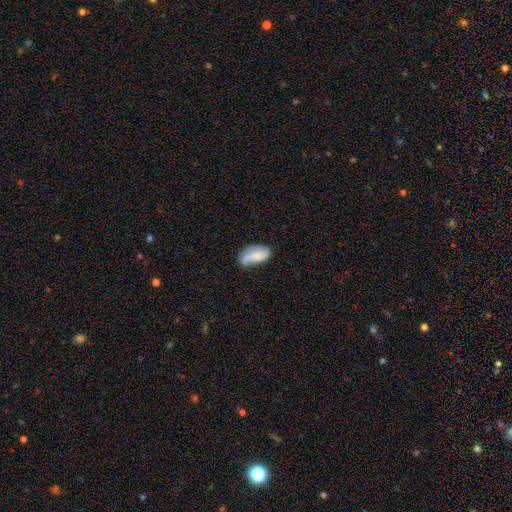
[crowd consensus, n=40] This is likely a smooth galaxy (70%). How rounded: clearly in between (93%). Merging: marginally minor disturbance (39%).